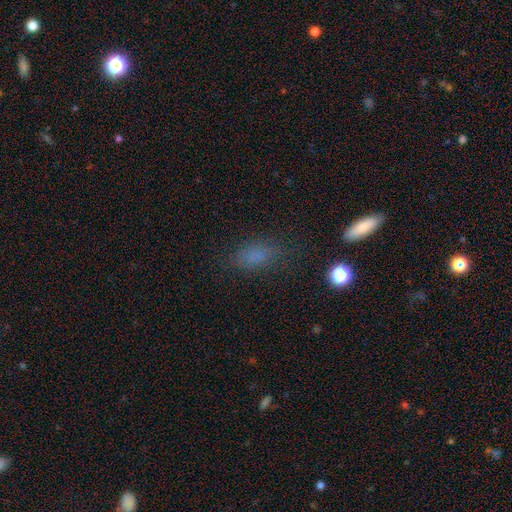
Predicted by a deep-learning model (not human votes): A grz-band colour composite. It shows a smooth galaxy with no disk features (73%) that is in between round and cigar-shaped (79%). Merging: none (70%).